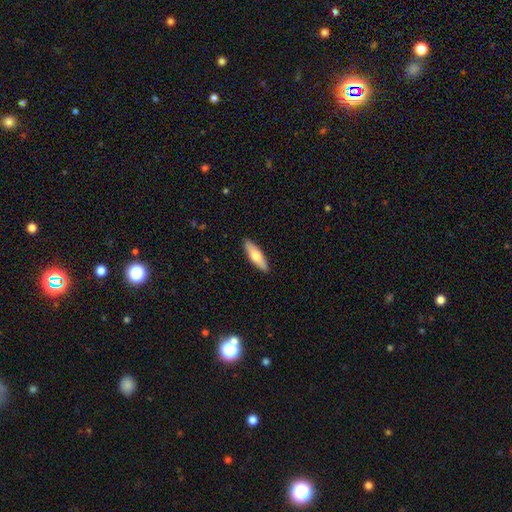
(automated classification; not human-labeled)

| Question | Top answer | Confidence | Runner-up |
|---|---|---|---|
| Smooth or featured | smooth | 60% | featured or disk (35%) |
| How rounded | cigar-shaped | 59% | in between (39%) |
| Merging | none | 90% | minor disturbance (7%) |